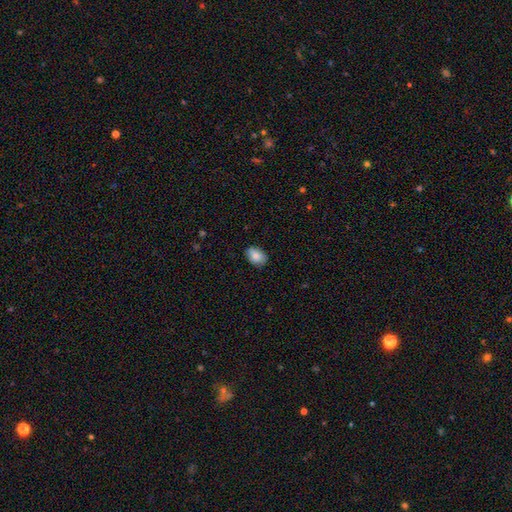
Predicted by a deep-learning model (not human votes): Overall: smooth (84%). How rounded: in between (81%). Merging: none (82%).